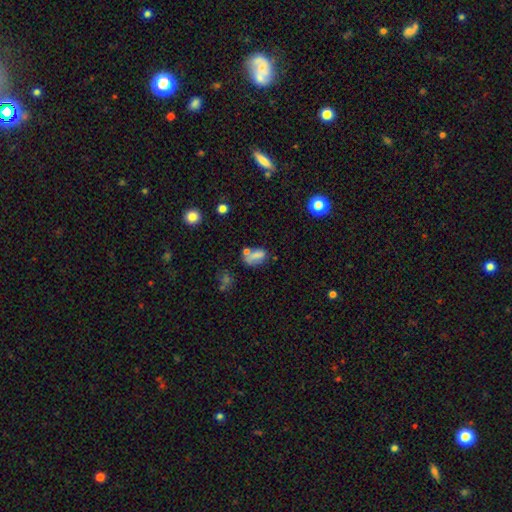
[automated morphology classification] smooth 68%, featured or disk 18%, star or artifact 13%. Down the decision tree: how rounded — in between (82%); merging — none (44%).